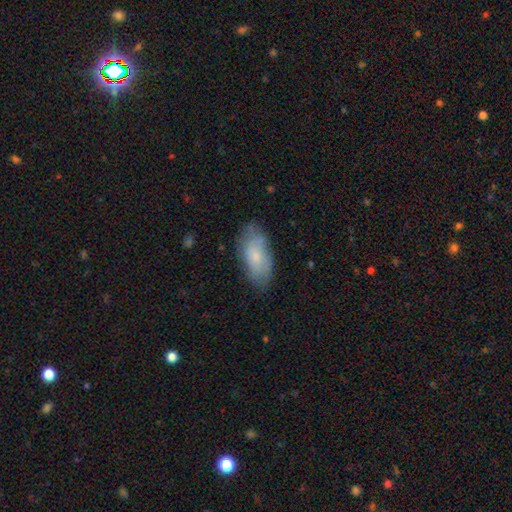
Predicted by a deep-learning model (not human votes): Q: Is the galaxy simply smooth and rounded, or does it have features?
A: smooth — 69%.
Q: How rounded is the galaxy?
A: in between — 91%.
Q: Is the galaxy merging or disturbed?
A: none — 71%.